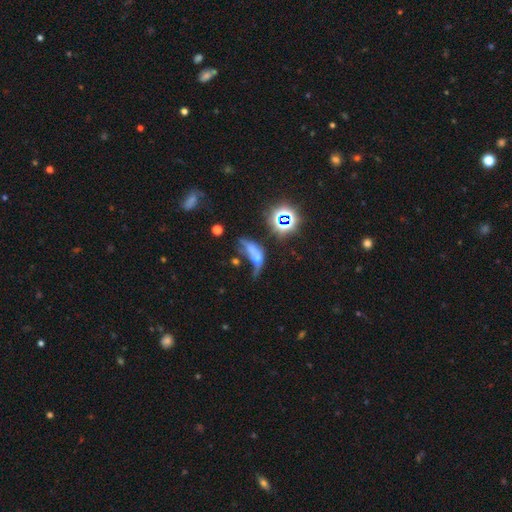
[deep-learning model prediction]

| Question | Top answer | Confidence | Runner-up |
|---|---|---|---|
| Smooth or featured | smooth | 38% | featured or disk (34%) |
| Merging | merger | 35% | major disturbance (33%) |